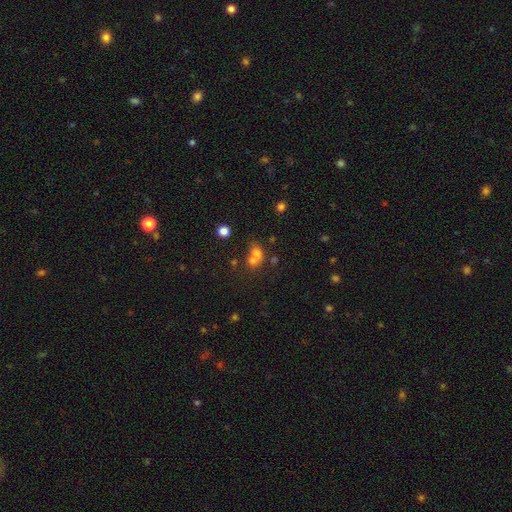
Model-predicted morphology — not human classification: Overall: smooth (66%). How rounded: round (60%; in between 39%). Merging: merger (62%; none 26%).